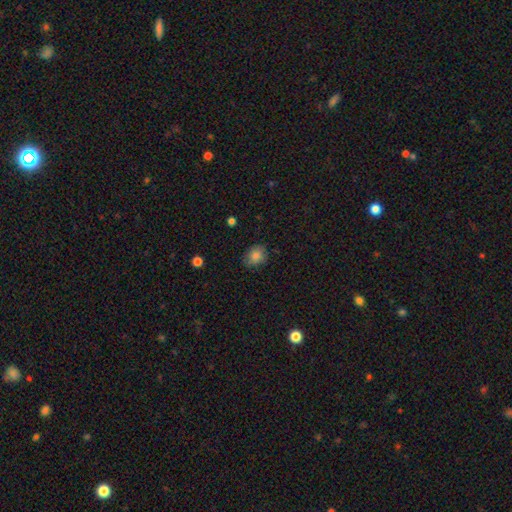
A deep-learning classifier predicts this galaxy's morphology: Q: Smooth or featured?
A: smooth (83%); runner-up: star or artifact (9%)
Q: How rounded?
A: round (57%); runner-up: in between (42%)
Q: Merging?
A: none (79%); runner-up: minor disturbance (16%)